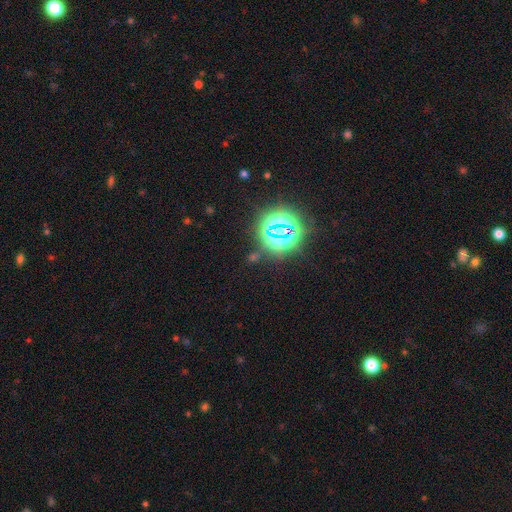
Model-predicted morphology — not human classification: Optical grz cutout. It shows a star or artifact, not a galaxy (75%).